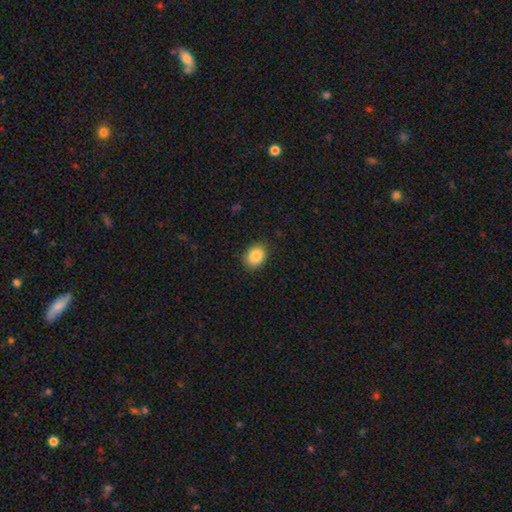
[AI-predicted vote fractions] The model was most divided on "how rounded": in between: 58%, round: 42%, cigar-shaped: 1%. More confident: merging — none (87%); smooth or featured — smooth (87%).